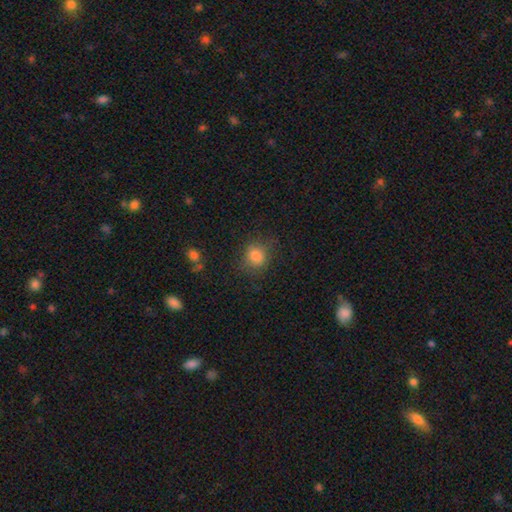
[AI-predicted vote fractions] Smooth or featured: smooth — 80% (star or artifact — 12%)
How rounded: round — 72% (in between — 27%)
Merging: none — 74% (minor disturbance — 17%)